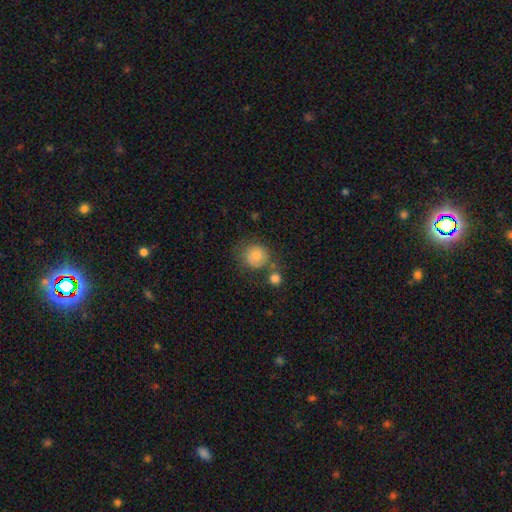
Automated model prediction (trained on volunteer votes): This appears to be a smooth galaxy with no disk features (73%) that is round (87%). Merging: none (62%).